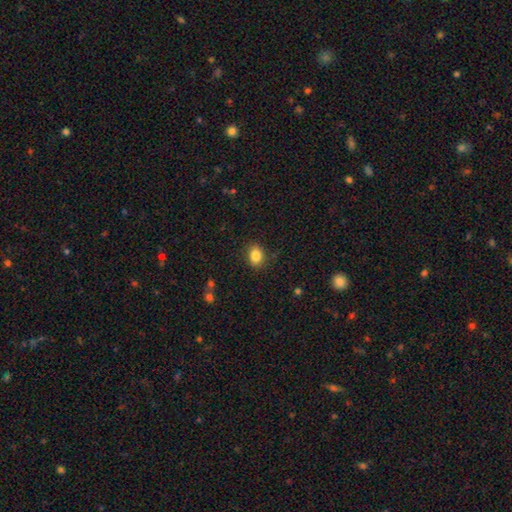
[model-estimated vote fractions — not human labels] A smooth galaxy with no disk features (85%) that is in between round and cigar-shaped (67%). Merging: none (85%).